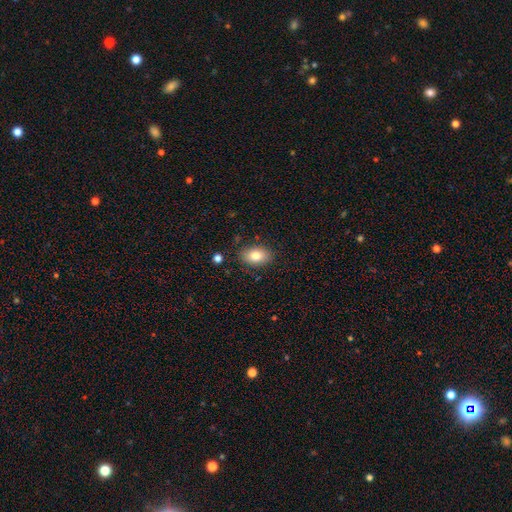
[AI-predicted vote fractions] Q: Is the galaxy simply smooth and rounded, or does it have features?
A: smooth — 82%.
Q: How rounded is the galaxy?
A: in between — 84%.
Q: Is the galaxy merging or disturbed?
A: none — 86%.